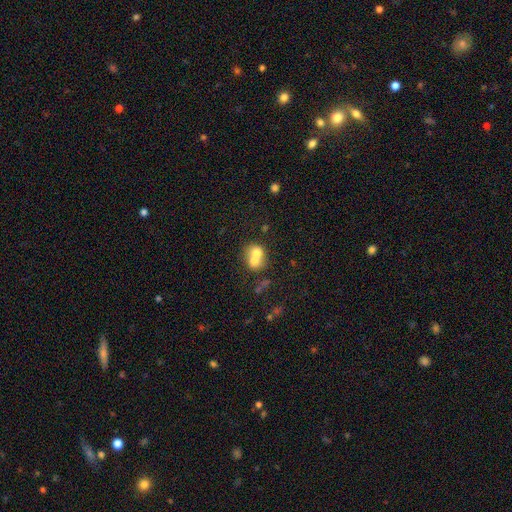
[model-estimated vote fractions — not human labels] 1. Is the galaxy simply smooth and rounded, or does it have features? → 66% smooth, 24% featured or disk, 10% star or artifact.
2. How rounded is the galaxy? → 62% round, 37% in between, 1% cigar-shaped.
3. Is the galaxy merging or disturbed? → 70% merger, 21% none, 6% minor disturbance, 3% major disturbance.